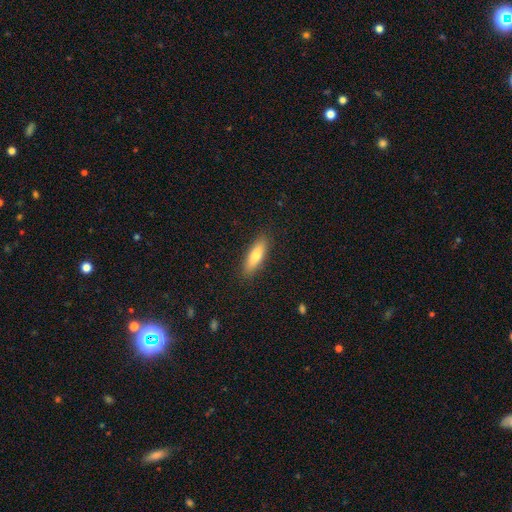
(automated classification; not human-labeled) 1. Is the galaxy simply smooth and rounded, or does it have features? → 72% smooth, 22% featured or disk, 6% star or artifact.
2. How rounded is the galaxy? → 53% cigar-shaped, 45% in between, 2% round.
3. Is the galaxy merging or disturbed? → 88% none, 9% minor disturbance, 2% major disturbance, 1% merger.